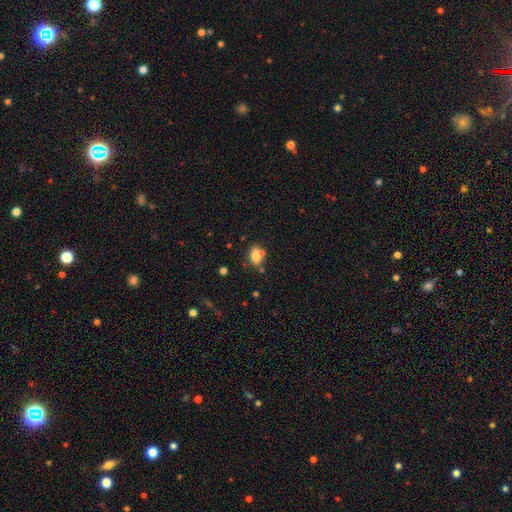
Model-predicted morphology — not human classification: smooth 70%, featured or disk 18%, star or artifact 12%. Down the decision tree: how rounded — in between (76%); merging — none (48%).